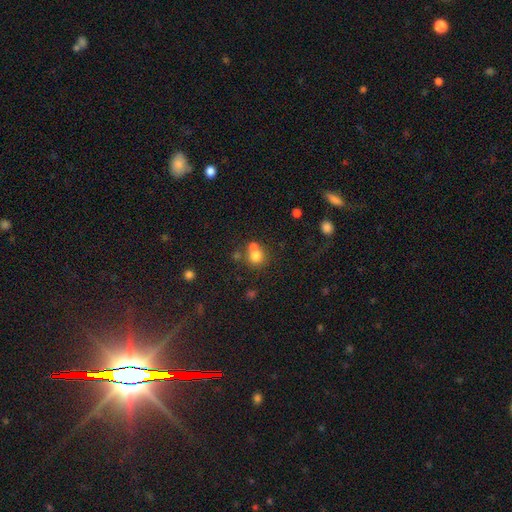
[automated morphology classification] Smooth or featured?
  - smooth: 74% *
  - star or artifact: 14%
  - featured or disk: 12%
How rounded?
  - round: 85% *
  - in between: 14%
  - cigar-shaped: 1%
Merging?
  - none: 48% *
  - merger: 41%
  - minor disturbance: 8%
  - major disturbance: 4%